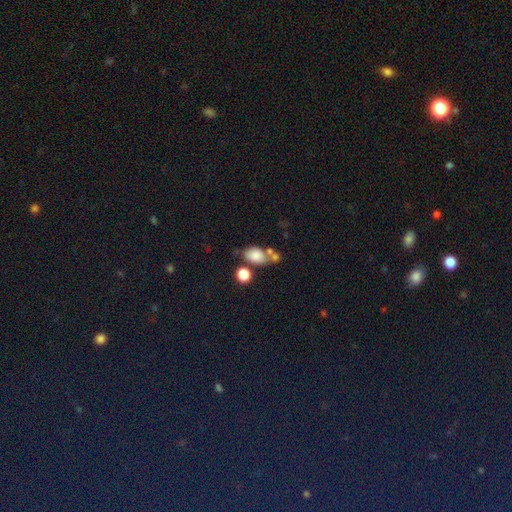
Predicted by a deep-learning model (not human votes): Smooth or featured: smooth — 79% (featured or disk — 11%)
How rounded: in between — 78% (round — 20%)
Merging: none — 45% (merger — 32%)